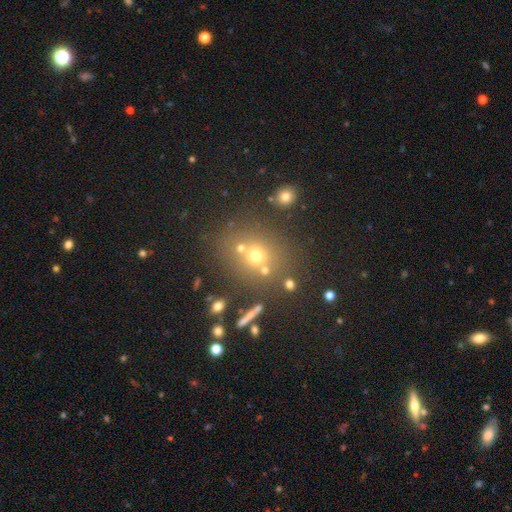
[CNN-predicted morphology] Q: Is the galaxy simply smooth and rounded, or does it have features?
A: smooth — 59%.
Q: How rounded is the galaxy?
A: round — 72%.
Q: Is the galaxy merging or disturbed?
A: none — 67%.